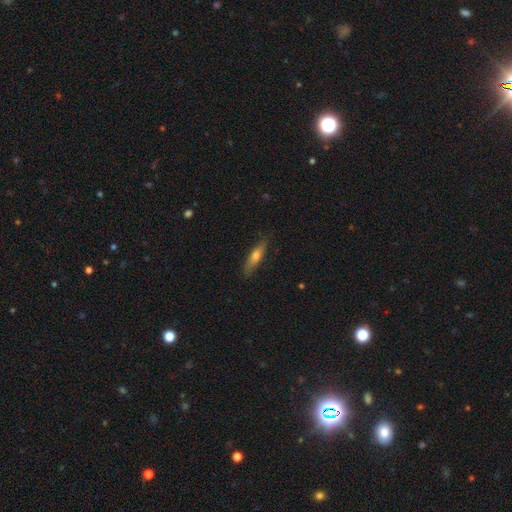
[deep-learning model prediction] This appears to be a smooth galaxy with no disk features (49%). Merging: none (85%).